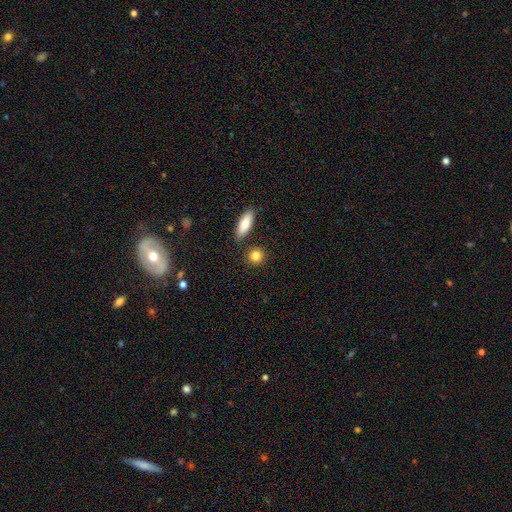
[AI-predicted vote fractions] A smooth galaxy with no disk features (84%) that is round (78%).

Vote fractions:
- Smooth or featured? smooth: 84% / star or artifact: 9% / featured or disk: 8%
- How rounded? round: 78% / in between: 19% / cigar-shaped: 4%
- Merging? none: 83% / minor disturbance: 8% / merger: 7% / major disturbance: 2%